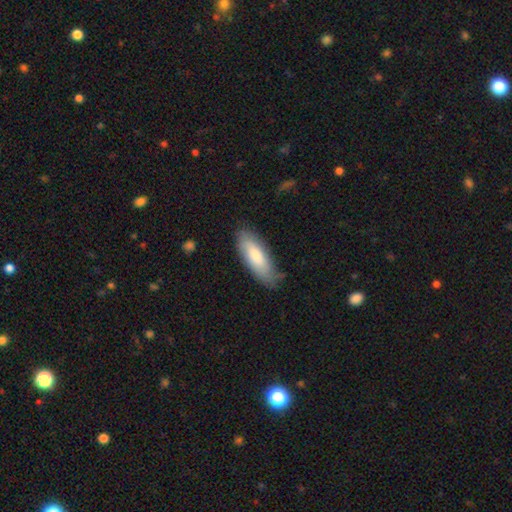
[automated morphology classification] This appears to be a smooth galaxy with no disk features (74%) that is in between round and cigar-shaped (66%). Merging: none (71%).